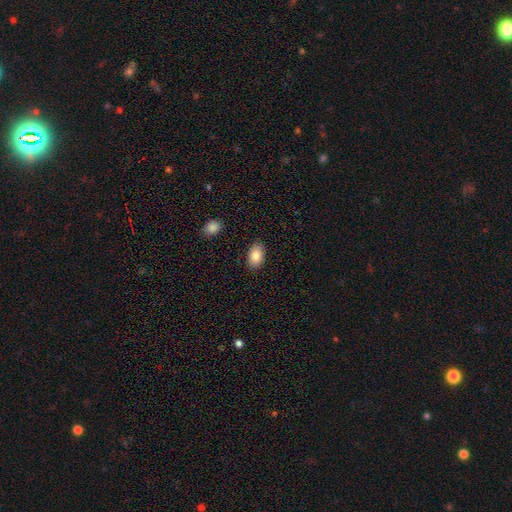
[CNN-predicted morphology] Smooth or featured? Predicted: smooth (p=0.86). How rounded? Predicted: in between (p=0.91). Merging? Predicted: none (p=0.87).